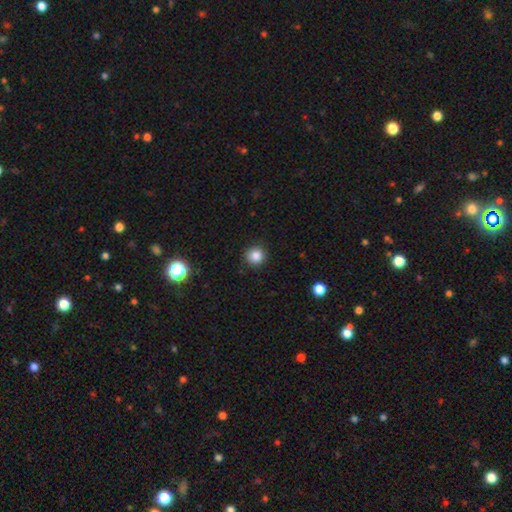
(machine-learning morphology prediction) A smooth galaxy with no disk features (84%) that is round (93%).

Vote fractions:
- Smooth or featured? smooth: 84% / star or artifact: 12% / featured or disk: 4%
- How rounded? round: 93% / in between: 6% / cigar-shaped: 1%
- Merging? none: 90% / minor disturbance: 7% / major disturbance: 2% / merger: 1%